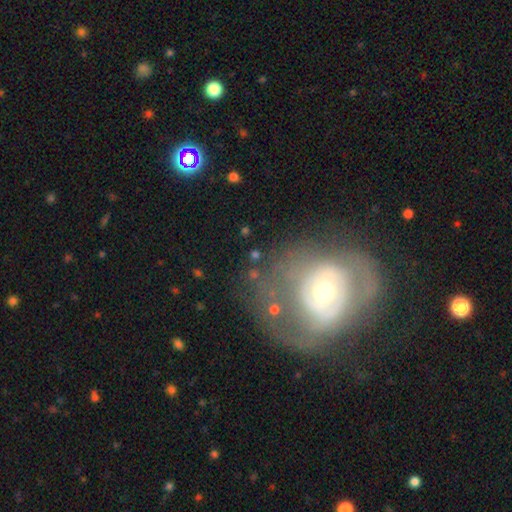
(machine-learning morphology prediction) Smooth or featured? Predicted: featured or disk (p=0.55). Edge-on disk? Predicted: no (p=0.94). Bar? Predicted: no (p=0.71). Spiral arms? Predicted: yes (p=0.54). Bulge size? Predicted: moderate (p=0.61). Merging? Predicted: none (p=0.53).